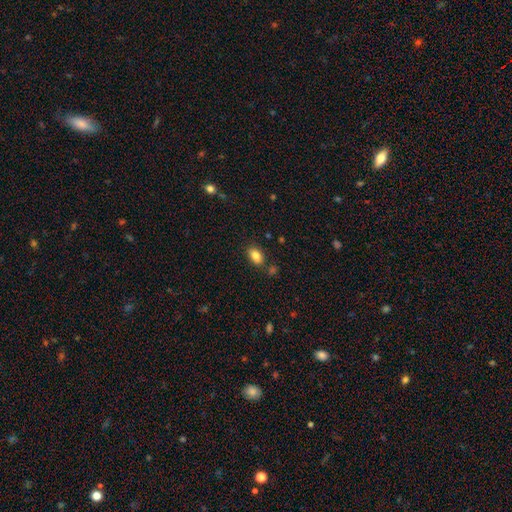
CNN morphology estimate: smooth 84%, star or artifact 9%, featured or disk 7%. Down the decision tree: how rounded — in between (86%); merging — none (79%).